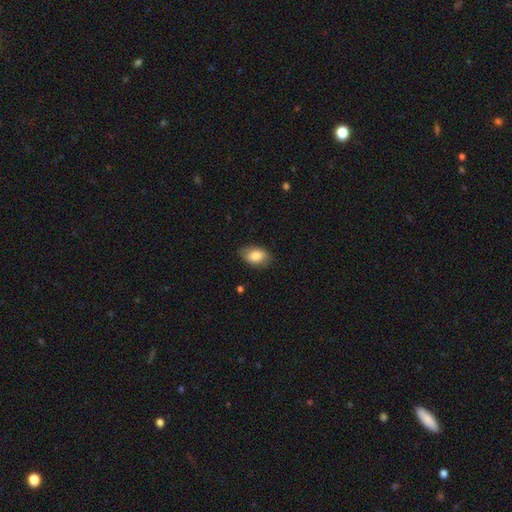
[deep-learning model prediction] Smooth or featured?
  - smooth: 82% *
  - featured or disk: 11%
  - star or artifact: 7%
How rounded?
  - in between: 89% *
  - round: 9%
  - cigar-shaped: 2%
Merging?
  - none: 82% *
  - minor disturbance: 14%
  - major disturbance: 3%
  - merger: 1%